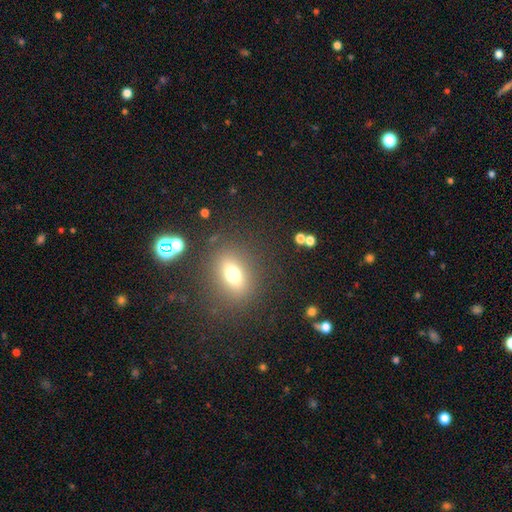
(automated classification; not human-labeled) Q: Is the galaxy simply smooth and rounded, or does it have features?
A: smooth — 56%.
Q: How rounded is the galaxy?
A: in between — 63%.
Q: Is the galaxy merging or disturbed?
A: none — 82%.